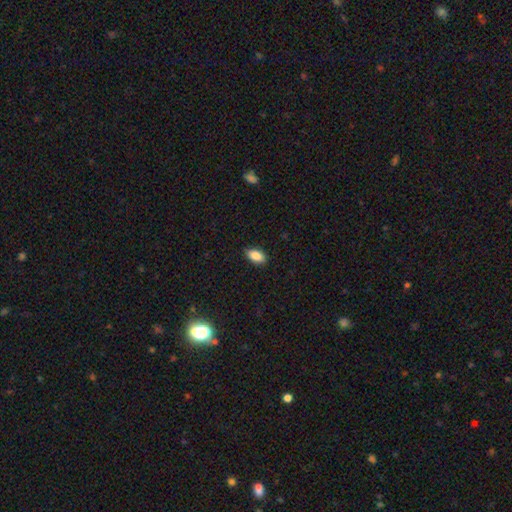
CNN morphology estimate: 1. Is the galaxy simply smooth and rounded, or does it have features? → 87% smooth, 7% star or artifact, 5% featured or disk.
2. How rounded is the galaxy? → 92% in between, 4% round, 4% cigar-shaped.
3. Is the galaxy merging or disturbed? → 89% none, 8% minor disturbance, 2% major disturbance, 1% merger.